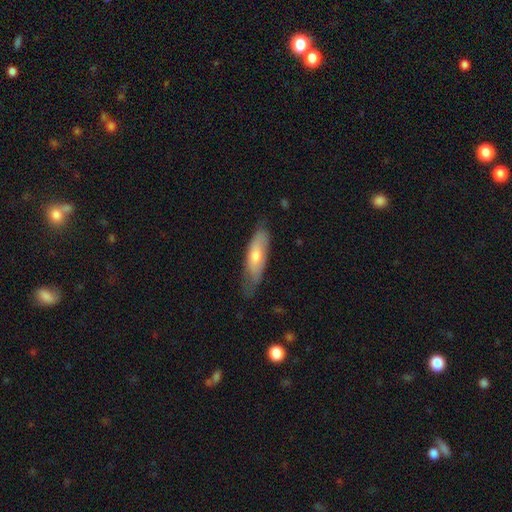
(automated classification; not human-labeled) Smooth or featured: smooth — 60% (featured or disk — 34%)
How rounded: cigar-shaped — 56% (in between — 43%)
Merging: none — 65% (minor disturbance — 27%)